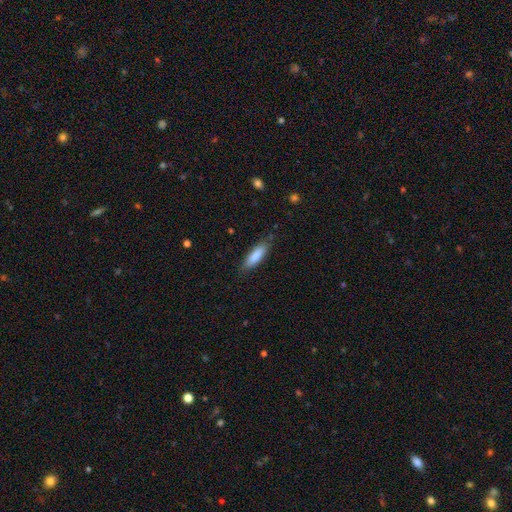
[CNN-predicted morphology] Smooth or featured? Predicted: smooth (p=0.85). How rounded? Predicted: cigar-shaped (p=0.56). Merging? Predicted: none (p=0.82).